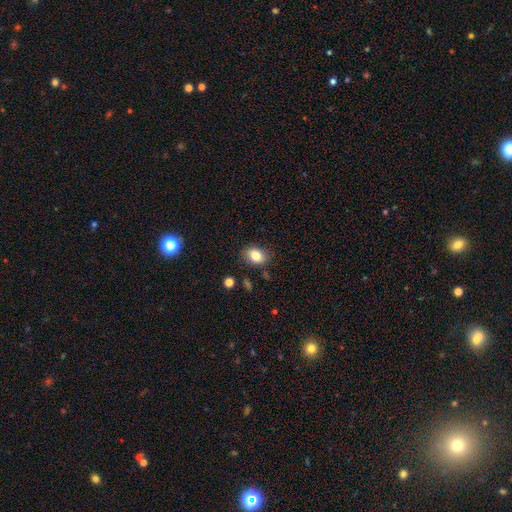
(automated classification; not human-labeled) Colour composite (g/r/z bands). It shows a smooth galaxy with no disk features (82%) that is in between round and cigar-shaped (67%). Merging: none (82%).